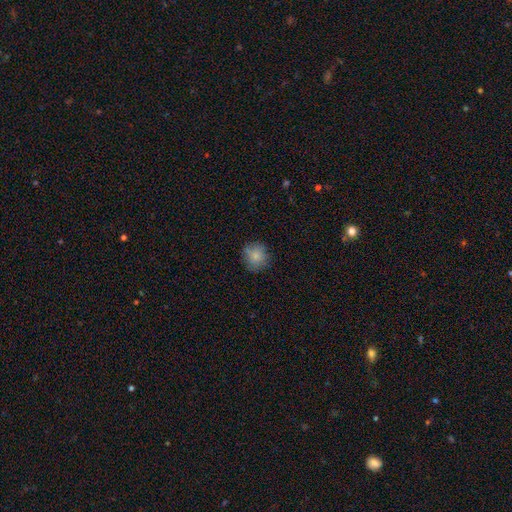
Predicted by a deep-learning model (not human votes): A smooth galaxy with no disk features (83%) that is round (88%). Merging: none (81%).